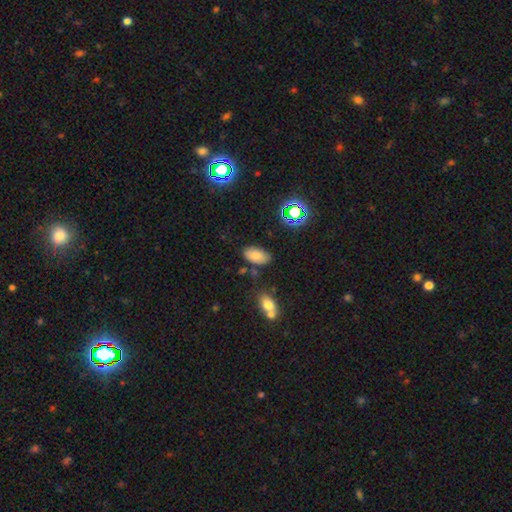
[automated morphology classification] smooth-or-featured: smooth: 74% | star or artifact: 15% | featured or disk: 11%
  how-rounded: in between: 93% | round: 5% | cigar-shaped: 2%
  merging: none: 75% | minor disturbance: 15% | merger: 5% | major disturbance: 4%